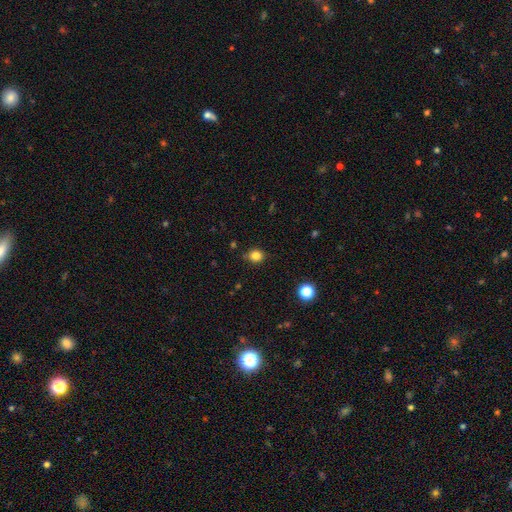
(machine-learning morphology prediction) smooth 83%, star or artifact 12%, featured or disk 5%. Down the decision tree: how rounded — round (74%); merging — none (84%).